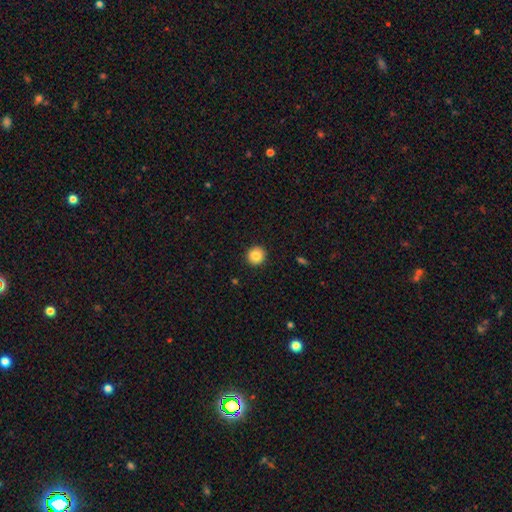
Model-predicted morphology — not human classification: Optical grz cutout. It shows a smooth galaxy with no disk features (85%) that is round (93%). Merging: none (92%).